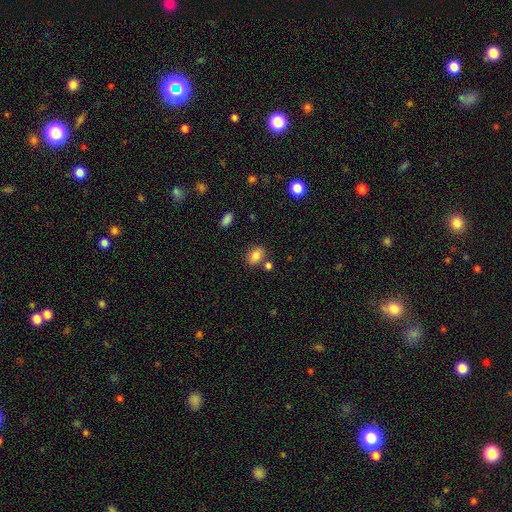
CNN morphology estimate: This appears to be a smooth galaxy with no disk features (83%) that is in between round and cigar-shaped (74%). Merging: none (73%).